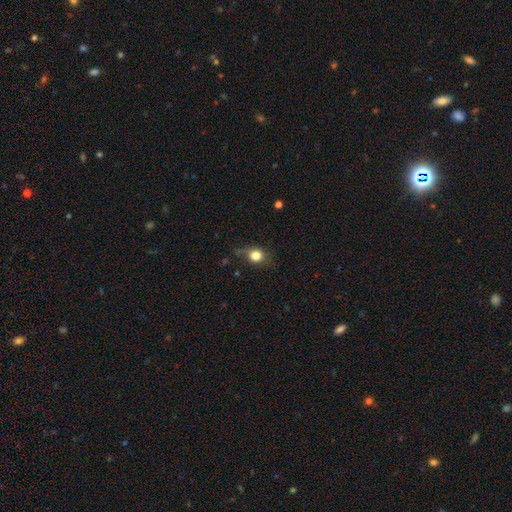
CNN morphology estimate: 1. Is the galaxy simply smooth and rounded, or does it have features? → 79% smooth, 11% star or artifact, 9% featured or disk.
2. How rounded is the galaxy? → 74% round, 25% in between, 1% cigar-shaped.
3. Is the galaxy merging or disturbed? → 62% none, 26% minor disturbance, 10% major disturbance, 3% merger.